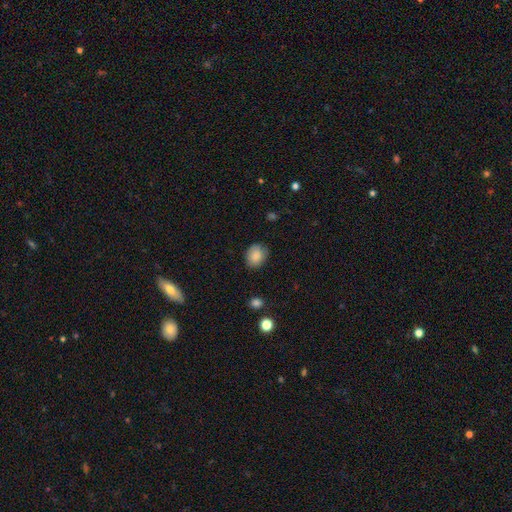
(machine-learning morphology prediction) Smooth or featured?
  - smooth: 85% *
  - star or artifact: 8%
  - featured or disk: 7%
How rounded?
  - round: 51% *
  - in between: 48%
  - cigar-shaped: 1%
Merging?
  - none: 81% *
  - minor disturbance: 14%
  - major disturbance: 3%
  - merger: 1%